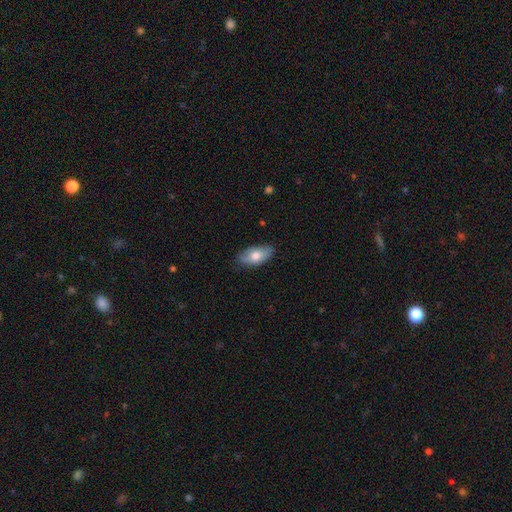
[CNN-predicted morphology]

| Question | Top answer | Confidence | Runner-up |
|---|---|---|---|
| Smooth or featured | smooth | 71% | featured or disk (22%) |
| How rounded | in between | 92% | cigar-shaped (5%) |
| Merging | none | 75% | minor disturbance (20%) |